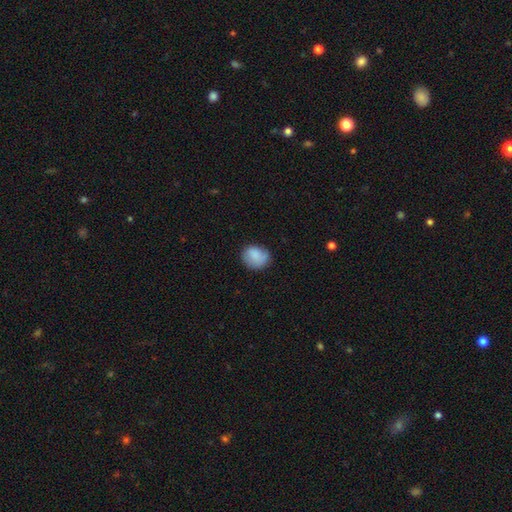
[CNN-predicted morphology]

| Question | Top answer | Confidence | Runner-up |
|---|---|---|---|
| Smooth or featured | smooth | 81% | featured or disk (11%) |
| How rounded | round | 63% | in between (36%) |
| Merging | none | 67% | minor disturbance (24%) |